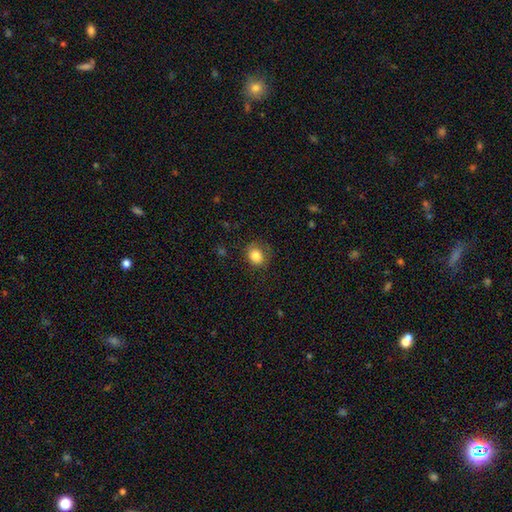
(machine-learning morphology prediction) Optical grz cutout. It shows a smooth galaxy with no disk features (83%) that is round (65%). Merging: none (76%).